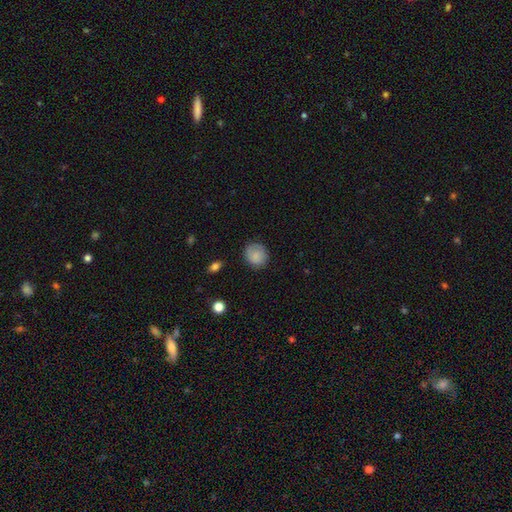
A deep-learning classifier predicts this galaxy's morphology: Smooth or featured? smooth (82%)
How rounded? round (78%)
Merging? none (78%)